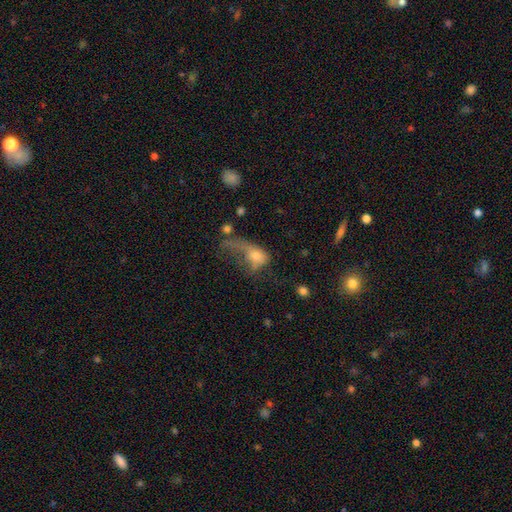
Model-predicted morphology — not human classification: A smooth galaxy with no disk features (51%) that is in between round and cigar-shaped (69%). Merging: major disturbance (64%).